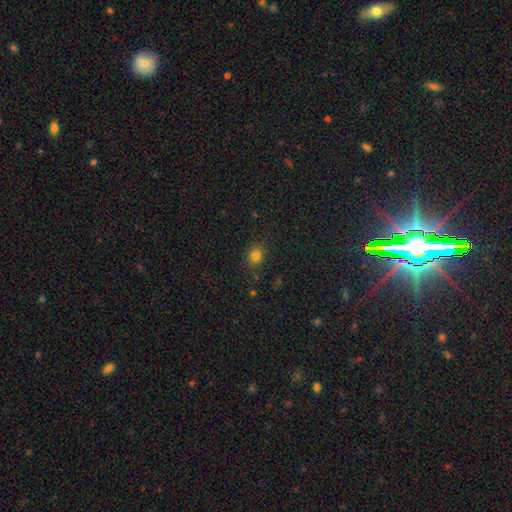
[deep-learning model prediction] Morphology: type=smooth (79%); roundness=round (61%); merging=none (84%).